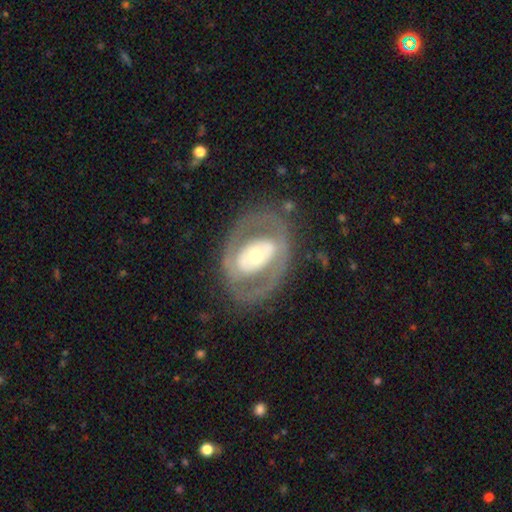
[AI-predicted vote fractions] This is likely a featured or disk galaxy (70%). It is clearly not viewed edge-on (93%). Bar: possibly no (59%). Spiral arm pattern: likely no (67%). Central bulge: possibly moderate (58%). Merging: likely none (72%).